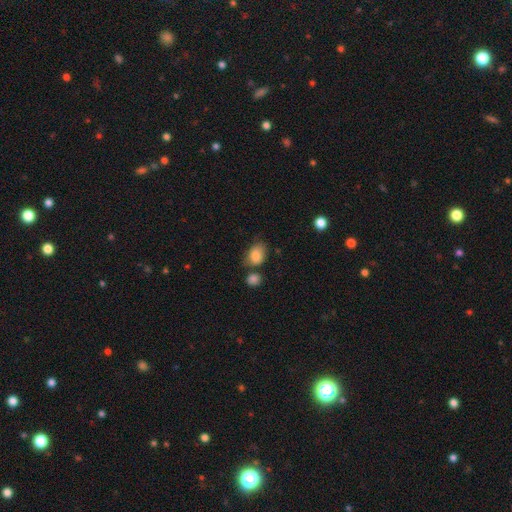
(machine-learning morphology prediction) Overall: smooth (84%). How rounded: in between (75%). Merging: none (49%; minor disturbance 25%).